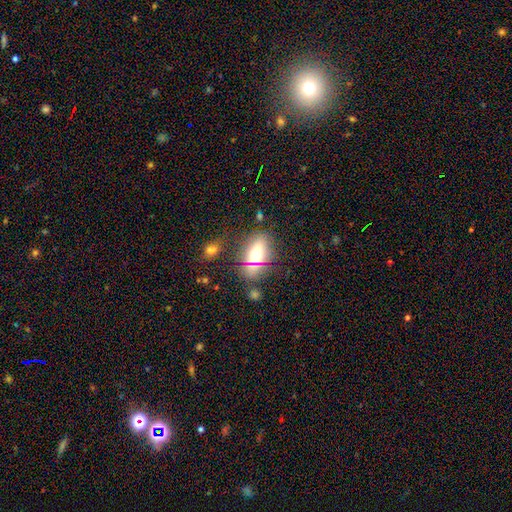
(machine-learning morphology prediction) Q: Smooth or featured?
A: smooth (64%); runner-up: featured or disk (19%)
Q: How rounded?
A: in between (76%); runner-up: round (19%)
Q: Merging?
A: none (74%); runner-up: minor disturbance (15%)